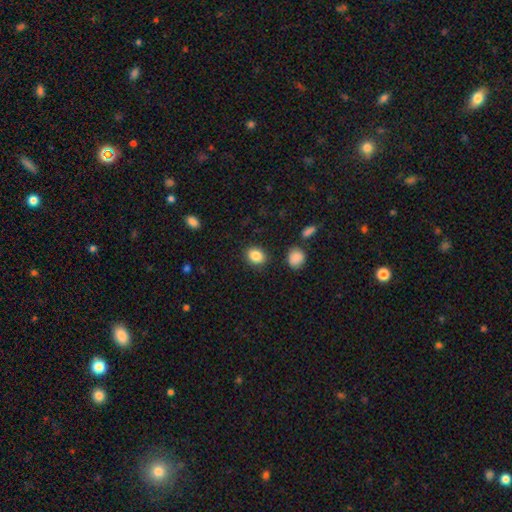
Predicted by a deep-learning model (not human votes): Q: Smooth or featured?
A: smooth (86%); runner-up: star or artifact (9%)
Q: How rounded?
A: in between (56%); runner-up: round (43%)
Q: Merging?
A: none (86%); runner-up: minor disturbance (9%)